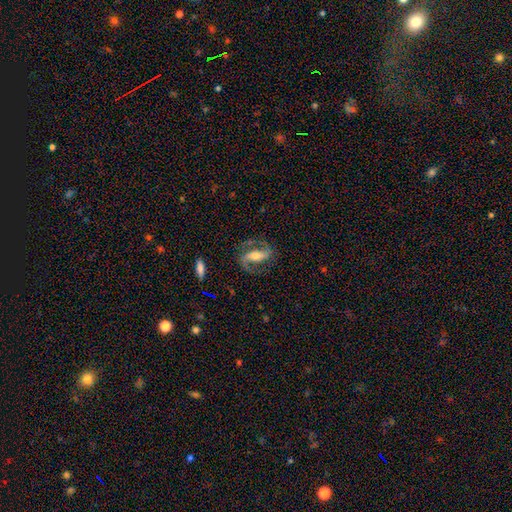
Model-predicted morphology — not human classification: type=featured or disk (86%); edge-on=no (95%); bar=strong (50%); spiral arms=yes (96%); winding=medium (56%); arm count=2 (92%); bulge=moderate (55%); merging=none (78%).